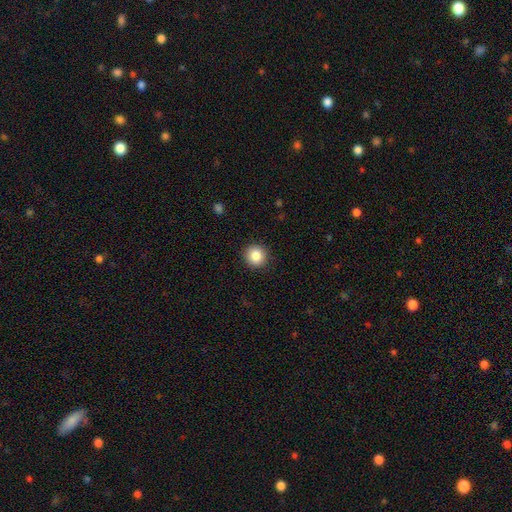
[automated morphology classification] smooth-or-featured: smooth: 85% | star or artifact: 9% | featured or disk: 5%
  how-rounded: round: 93% | in between: 6% | cigar-shaped: 1%
  merging: none: 91% | minor disturbance: 6% | major disturbance: 2% | merger: 1%